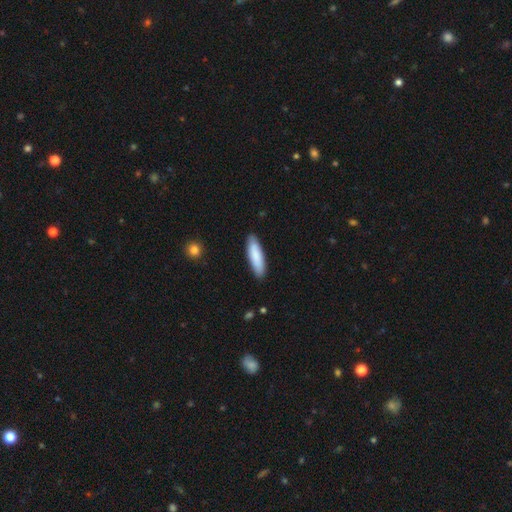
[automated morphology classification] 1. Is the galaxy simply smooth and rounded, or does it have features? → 86% smooth, 9% featured or disk, 5% star or artifact.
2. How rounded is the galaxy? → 63% cigar-shaped, 36% in between, 1% round.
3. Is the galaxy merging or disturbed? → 89% none, 9% minor disturbance, 2% major disturbance, 1% merger.